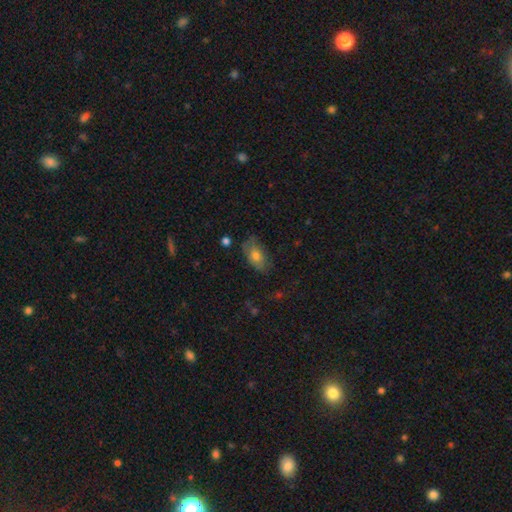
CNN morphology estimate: smooth 68%, featured or disk 24%, star or artifact 8%. Down the decision tree: how rounded — in between (90%); merging — none (67%).